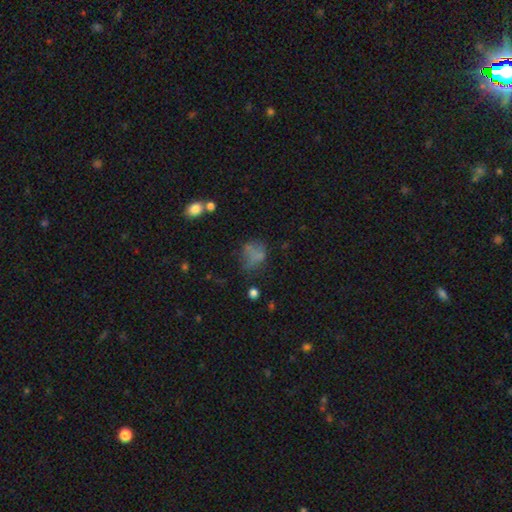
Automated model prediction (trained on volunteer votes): This appears to be a smooth galaxy with no disk features (61%) that is in between round and cigar-shaped (54%). Merging: none (39%).